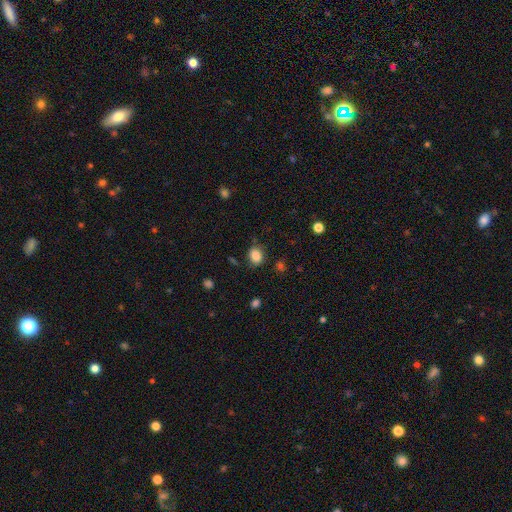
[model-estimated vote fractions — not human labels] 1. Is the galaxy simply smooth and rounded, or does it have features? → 85% smooth, 10% star or artifact, 5% featured or disk.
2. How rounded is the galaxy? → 51% in between, 48% round, 1% cigar-shaped.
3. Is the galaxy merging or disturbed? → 75% none, 18% minor disturbance, 5% major disturbance, 3% merger.